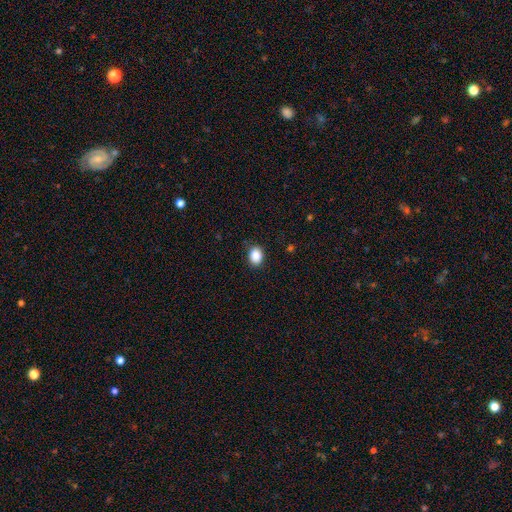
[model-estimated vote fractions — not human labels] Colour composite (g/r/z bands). It shows a smooth galaxy with no disk features (89%) that is in between round and cigar-shaped (61%). Merging: none (86%).